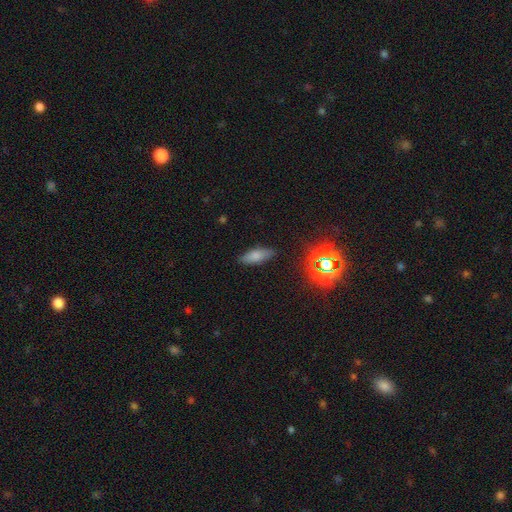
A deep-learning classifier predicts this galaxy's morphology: A smooth galaxy with no disk features (76%) that is in between round and cigar-shaped (73%). Merging: none (84%).